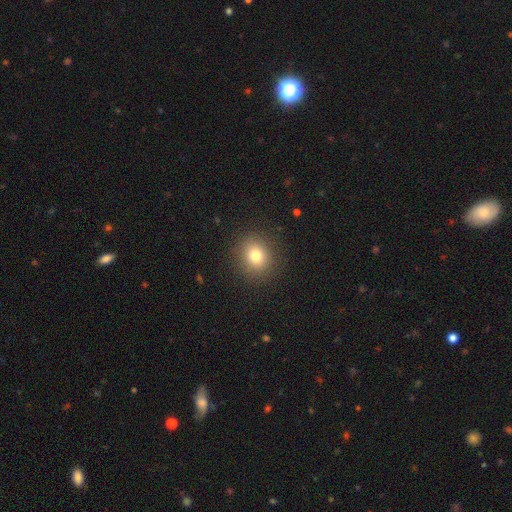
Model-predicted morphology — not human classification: Overall: smooth (78%). How rounded: round (79%). Merging: none (89%).